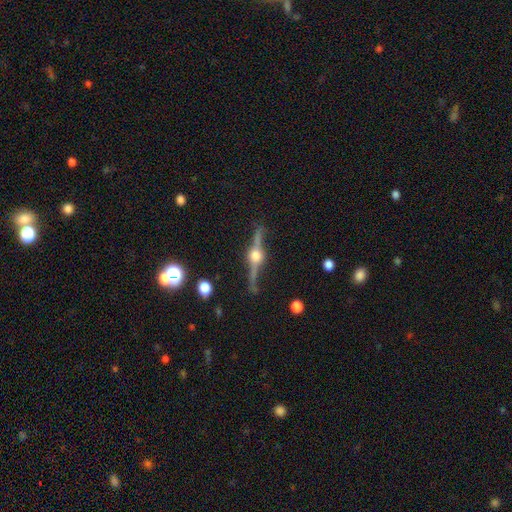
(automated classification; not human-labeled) This appears to be a featured or disk galaxy (87%) viewed edge-on (96%) with a rounded central bulge (95%). Merging: none (83%).